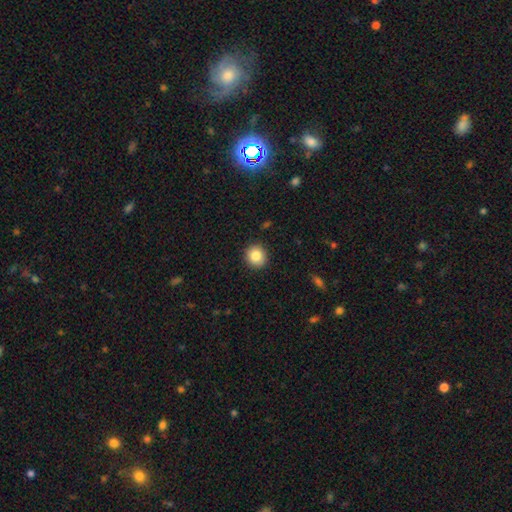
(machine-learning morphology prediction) This appears to be a smooth galaxy with no disk features (85%) that is round (88%). Merging: none (91%).